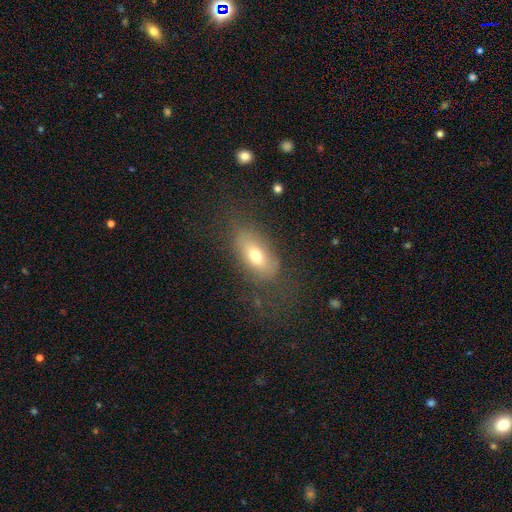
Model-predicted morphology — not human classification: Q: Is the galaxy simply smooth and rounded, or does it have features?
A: smooth — 67%.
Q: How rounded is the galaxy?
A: in between — 86%.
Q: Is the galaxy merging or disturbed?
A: none — 65%.